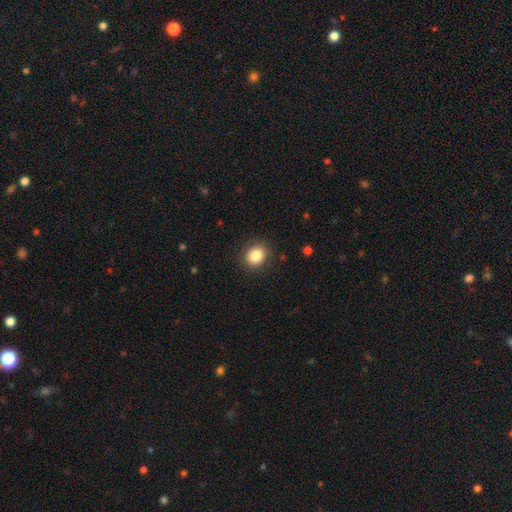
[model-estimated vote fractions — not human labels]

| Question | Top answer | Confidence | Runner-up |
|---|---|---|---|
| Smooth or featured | smooth | 85% | star or artifact (9%) |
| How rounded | round | 77% | in between (22%) |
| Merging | none | 89% | minor disturbance (8%) |